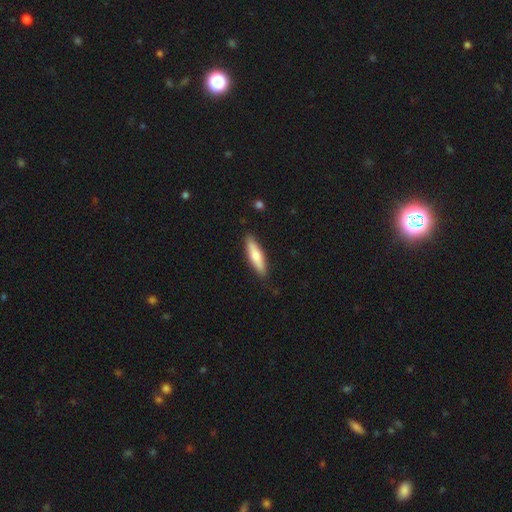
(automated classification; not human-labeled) A smooth galaxy with no disk features (69%) that is cigar-shaped (75%).

Vote fractions:
- Smooth or featured? smooth: 69% / featured or disk: 26% / star or artifact: 5%
- How rounded? cigar-shaped: 75% / in between: 23% / round: 2%
- Merging? none: 88% / minor disturbance: 9% / major disturbance: 2% / merger: 1%